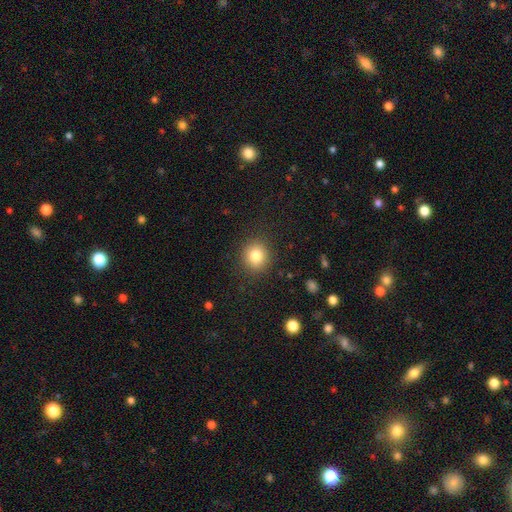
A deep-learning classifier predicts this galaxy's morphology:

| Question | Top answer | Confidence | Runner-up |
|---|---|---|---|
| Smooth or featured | smooth | 81% | star or artifact (11%) |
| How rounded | round | 86% | in between (13%) |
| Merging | none | 89% | minor disturbance (7%) |